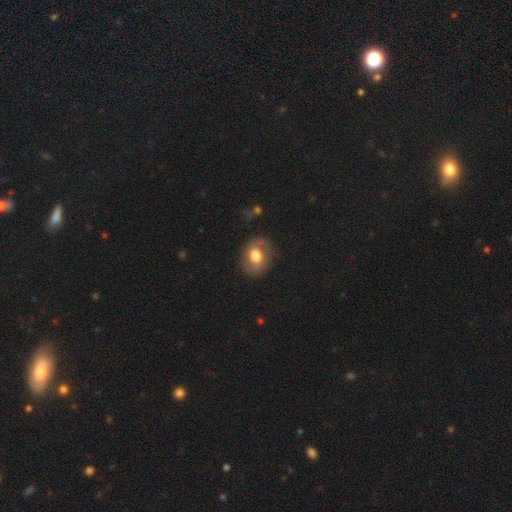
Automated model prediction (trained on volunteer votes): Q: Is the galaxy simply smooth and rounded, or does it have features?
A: smooth — 50%.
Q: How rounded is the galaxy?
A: round — 51%.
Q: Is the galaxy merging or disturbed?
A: none — 78%.